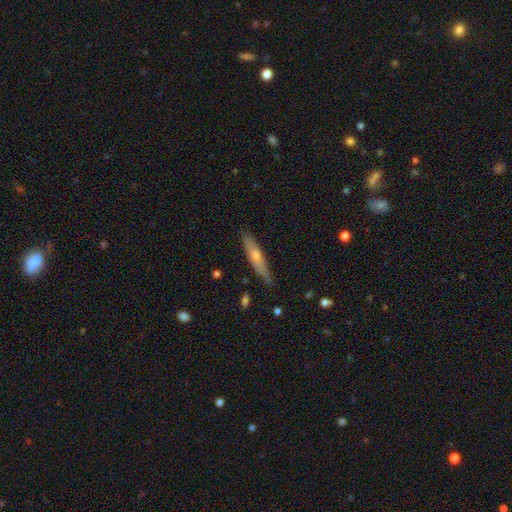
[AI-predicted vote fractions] Morphology: type=smooth (47%, tied with featured or disk); merging=none (84%).